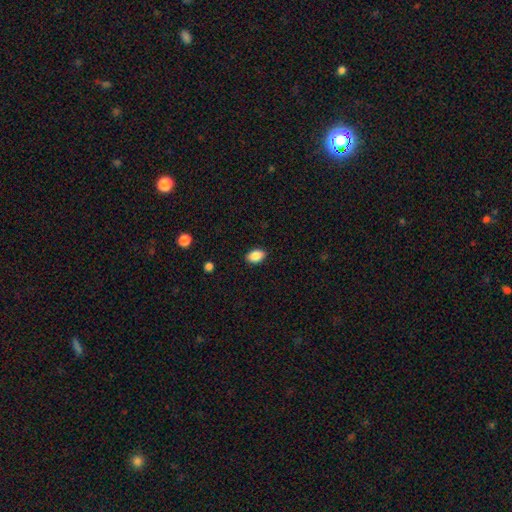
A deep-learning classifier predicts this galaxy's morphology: Q: Smooth or featured?
A: smooth (89%); runner-up: star or artifact (8%)
Q: How rounded?
A: in between (86%); runner-up: round (13%)
Q: Merging?
A: none (89%); runner-up: minor disturbance (8%)